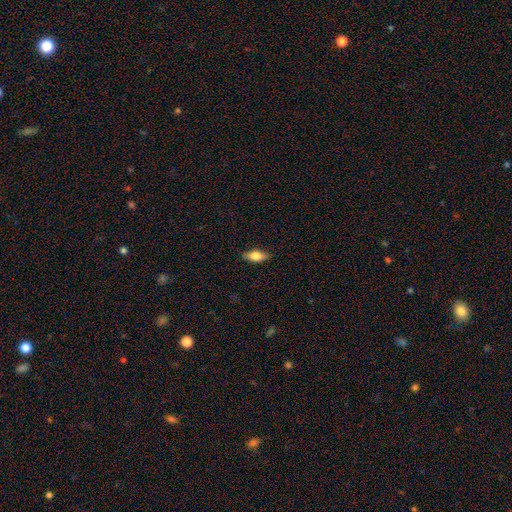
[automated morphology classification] smooth-or-featured: smooth: 72% | featured or disk: 21% | star or artifact: 7%
  how-rounded: in between: 80% | cigar-shaped: 17% | round: 3%
  merging: none: 86% | minor disturbance: 11% | major disturbance: 2% | merger: 1%